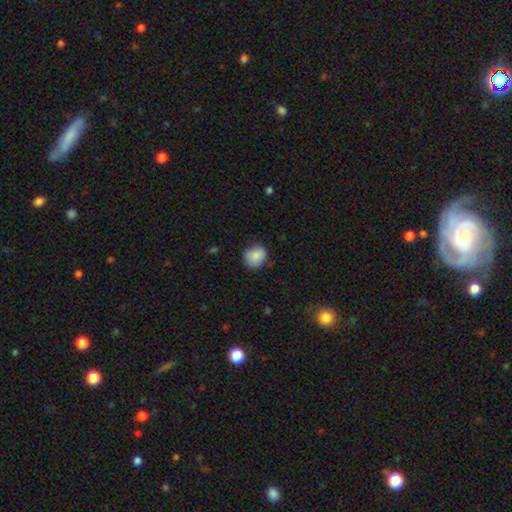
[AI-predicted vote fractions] A smooth galaxy with no disk features (85%) that is round (68%). Merging: none (74%).